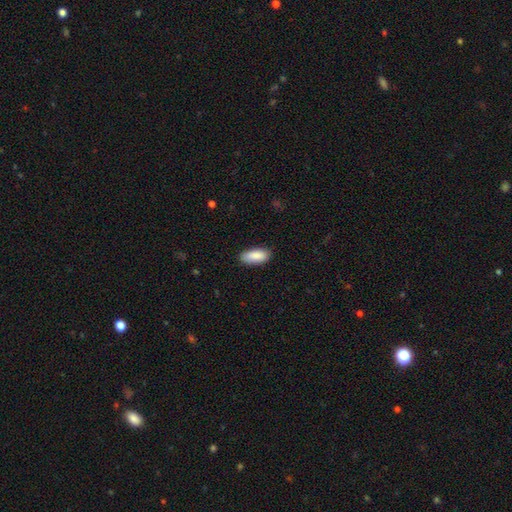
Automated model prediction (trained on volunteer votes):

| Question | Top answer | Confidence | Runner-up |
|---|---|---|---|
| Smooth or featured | smooth | 89% | star or artifact (6%) |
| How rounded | in between | 87% | cigar-shaped (12%) |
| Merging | none | 85% | minor disturbance (12%) |